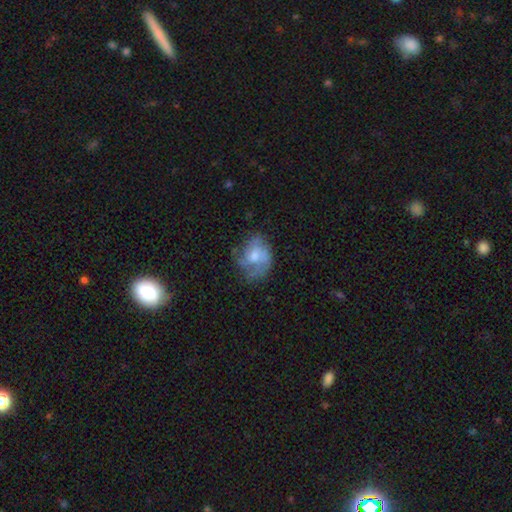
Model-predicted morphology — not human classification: featured or disk 50%, smooth 42%, star or artifact 8%. Down the decision tree: edge-on disk — no (97%); merging — none (50%).